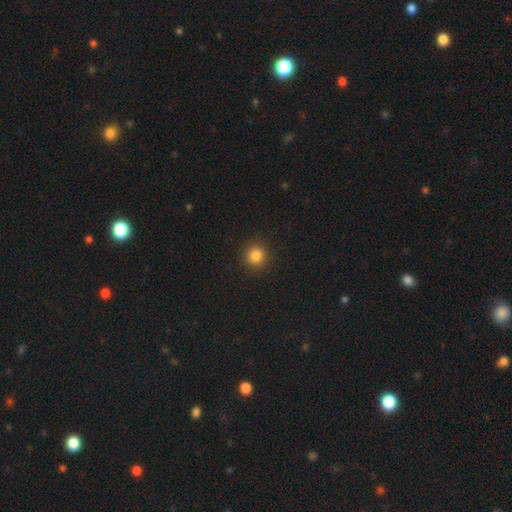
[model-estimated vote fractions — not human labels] Overall: smooth (85%). How rounded: round (93%). Merging: none (92%).